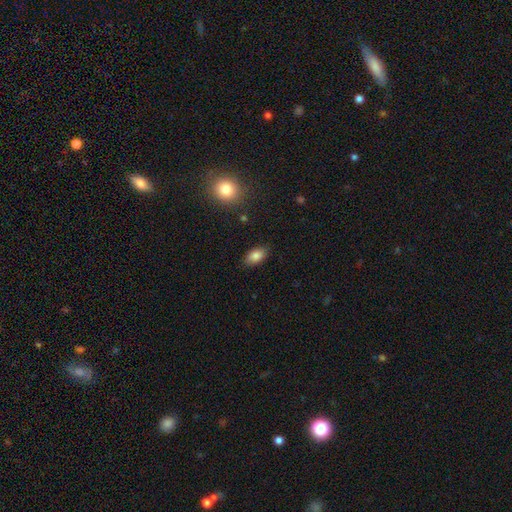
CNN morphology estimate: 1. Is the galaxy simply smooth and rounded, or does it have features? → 84% smooth, 9% star or artifact, 8% featured or disk.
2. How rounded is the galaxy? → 91% in between, 6% round, 3% cigar-shaped.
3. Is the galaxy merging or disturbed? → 85% none, 11% minor disturbance, 3% major disturbance, 1% merger.